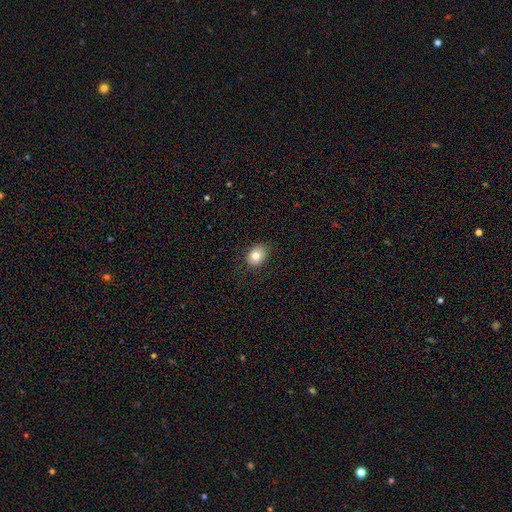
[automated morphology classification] This appears to be a smooth galaxy with no disk features (81%) that is in between round and cigar-shaped (58%). Merging: none (82%).